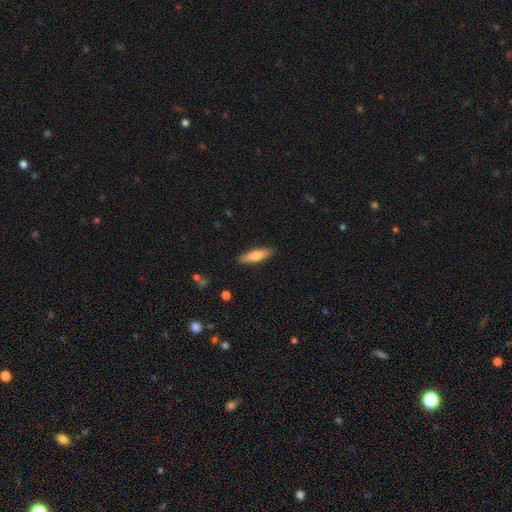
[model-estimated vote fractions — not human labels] smooth 69%, featured or disk 25%, star or artifact 6%. Down the decision tree: how rounded — cigar-shaped (64%); merging — none (89%).